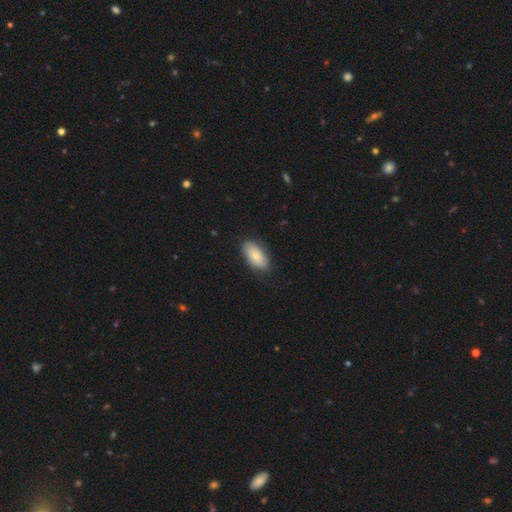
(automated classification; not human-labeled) Smooth or featured? Predicted: smooth (p=0.76). How rounded? Predicted: in between (p=0.94). Merging? Predicted: none (p=0.80).